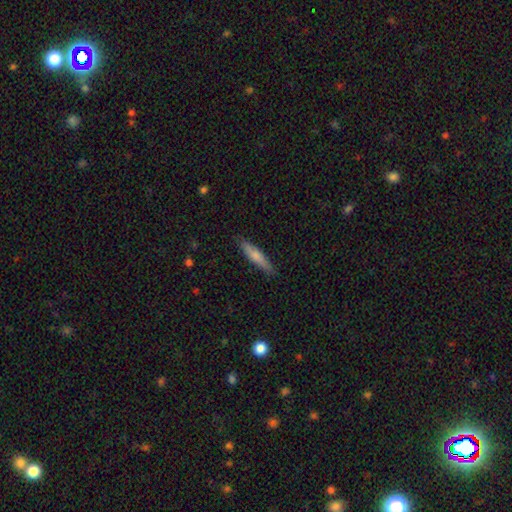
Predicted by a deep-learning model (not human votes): Overall: smooth (70%). How rounded: cigar-shaped (86%). Merging: none (87%).